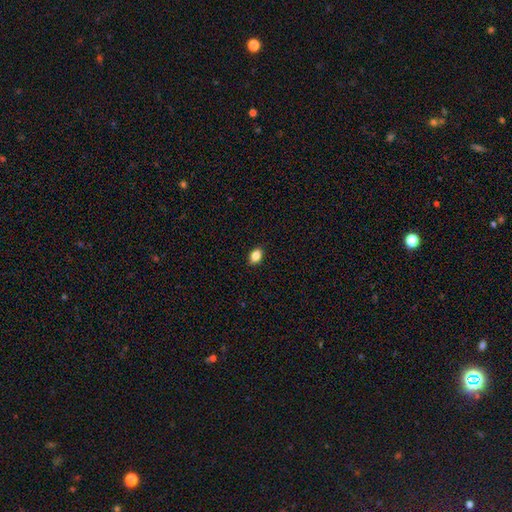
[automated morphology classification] This is clearly a smooth galaxy (85%). How rounded: clearly in between (81%). Merging: clearly none (88%).